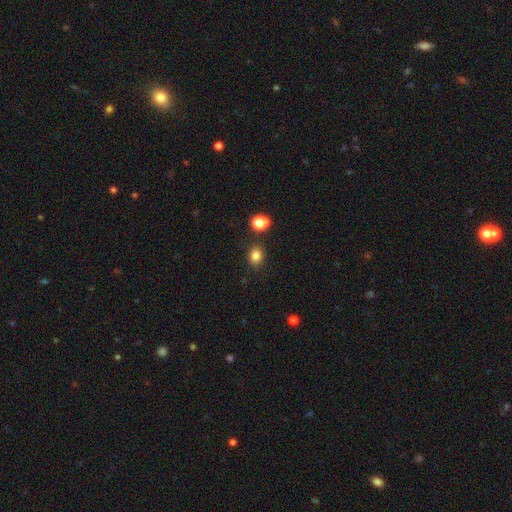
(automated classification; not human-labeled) A smooth galaxy with no disk features (81%) that is round (60%).

Vote fractions:
- Smooth or featured? smooth: 81% / star or artifact: 13% / featured or disk: 6%
- How rounded? round: 60% / in between: 39% / cigar-shaped: 1%
- Merging? none: 82% / minor disturbance: 10% / merger: 6% / major disturbance: 3%